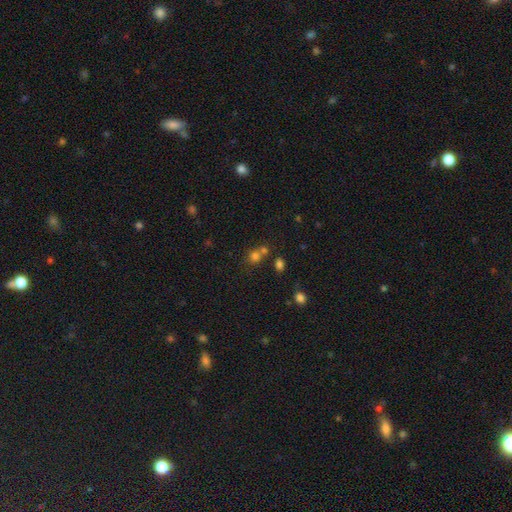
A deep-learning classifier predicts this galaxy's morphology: Smooth or featured? smooth (68%)
How rounded? round (74%)
Merging? none (48%)